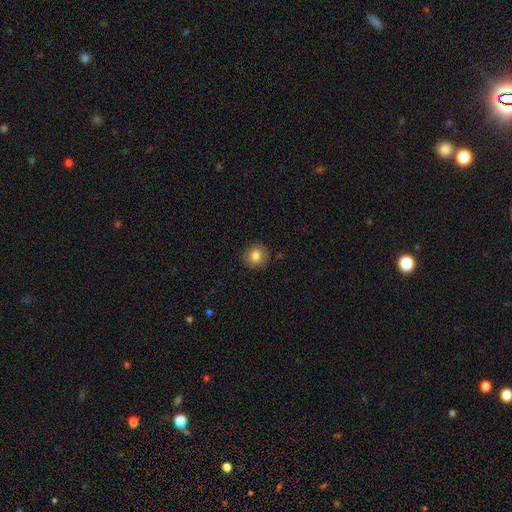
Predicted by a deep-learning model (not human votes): smooth_or_featured: smooth (p=0.81) [alt: featured or disk p=0.10]
how_rounded: round (p=0.90) [alt: in between p=0.09]
merging: none (p=0.89) [alt: minor disturbance p=0.08]